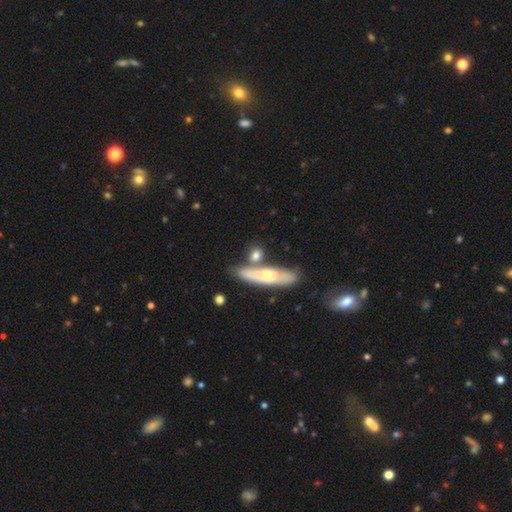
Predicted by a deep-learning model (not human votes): A smooth galaxy with no disk features (65%) that is cigar-shaped (39%). Merging: none (62%).